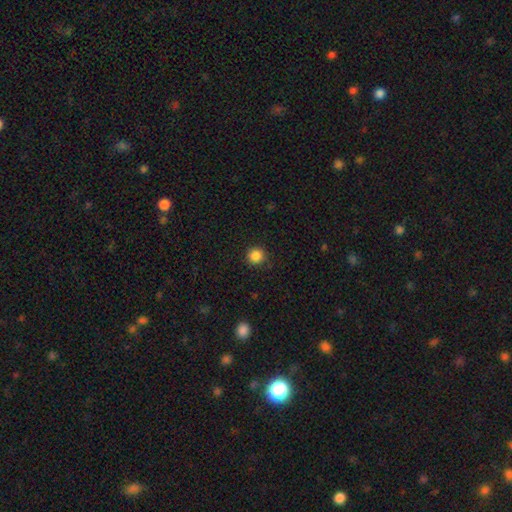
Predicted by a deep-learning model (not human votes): Smooth or featured?
  - smooth: 86% *
  - star or artifact: 11%
  - featured or disk: 3%
How rounded?
  - round: 94% *
  - in between: 5%
  - cigar-shaped: 1%
Merging?
  - none: 90% *
  - minor disturbance: 7%
  - major disturbance: 2%
  - merger: 1%